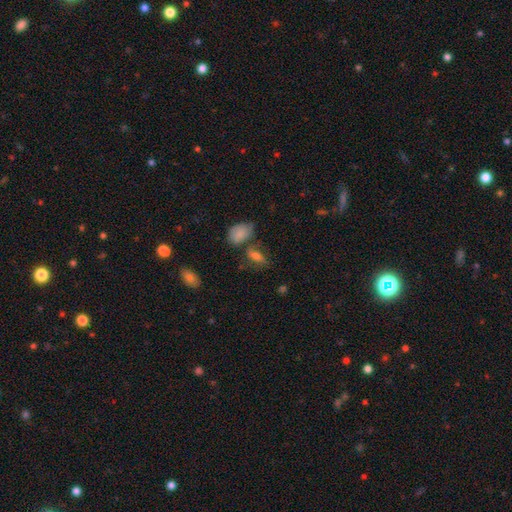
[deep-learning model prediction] Smooth or featured: smooth — 62% (featured or disk — 22%)
How rounded: in between — 76% (round — 12%)
Merging: none — 57% (minor disturbance — 18%)